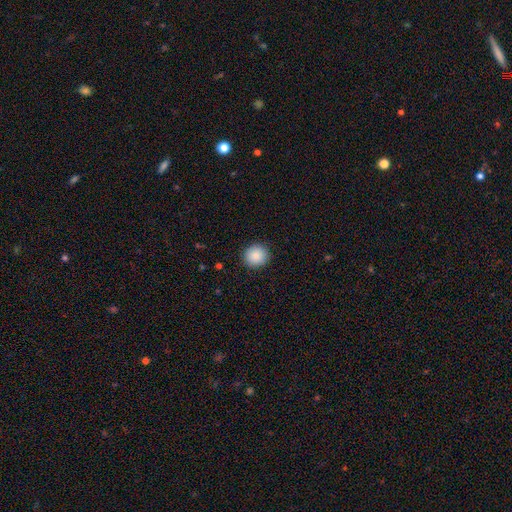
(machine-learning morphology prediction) A smooth galaxy with no disk features (89%) that is round (90%). Merging: none (91%).